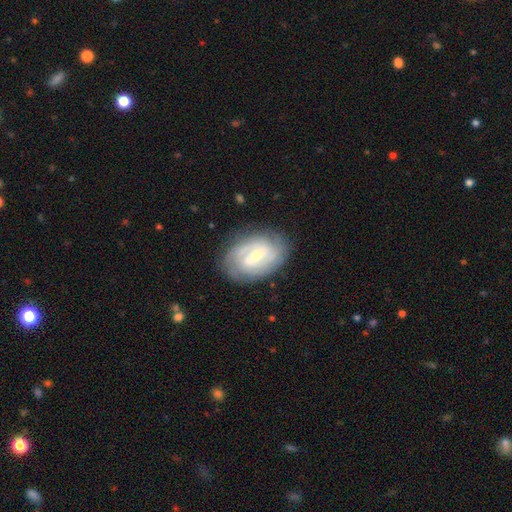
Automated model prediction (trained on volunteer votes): This appears to be a featured or disk galaxy (76%) with a weak bar (50%), 2 (47%) tight (59%) spiral arms (84%) and a moderate central bulge (51%). Merging: none (78%).